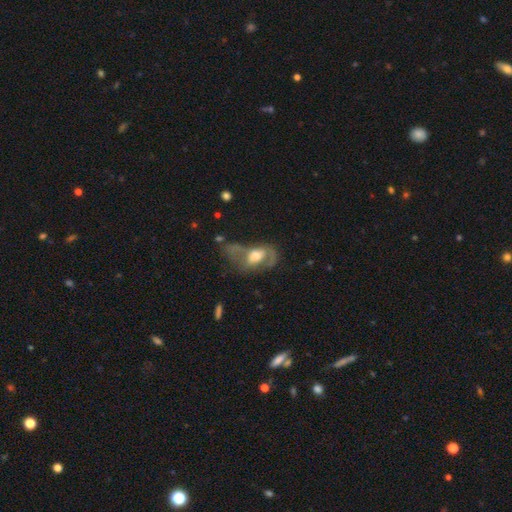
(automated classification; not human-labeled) smooth-or-featured: featured or disk: 58% | smooth: 34% | star or artifact: 9%
  disk-edge-on: no: 92% | yes: 8%
    bar: no: 67% | weak: 26% | strong: 7%
    has-spiral-arms: yes: 51% | no: 49%
    bulge-size: large: 43% | moderate: 41% | small: 8% | none: 4% | dominant: 4%
  merging: major disturbance: 49% | none: 24% | minor disturbance: 19% | merger: 8%